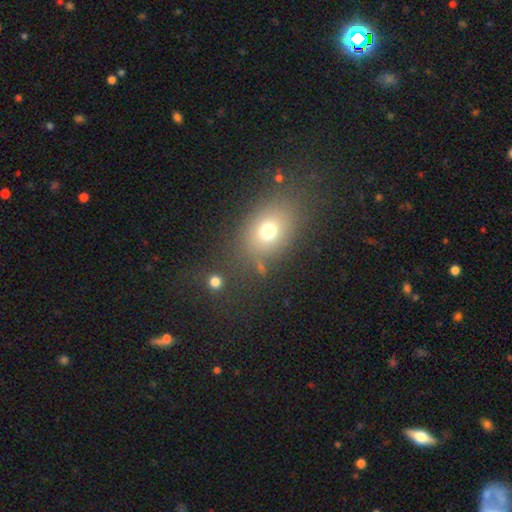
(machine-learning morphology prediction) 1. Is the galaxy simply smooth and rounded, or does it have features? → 64% smooth, 23% star or artifact, 13% featured or disk.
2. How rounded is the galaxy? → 61% in between, 37% round, 3% cigar-shaped.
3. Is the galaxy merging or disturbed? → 76% none, 13% minor disturbance, 6% major disturbance, 6% merger.